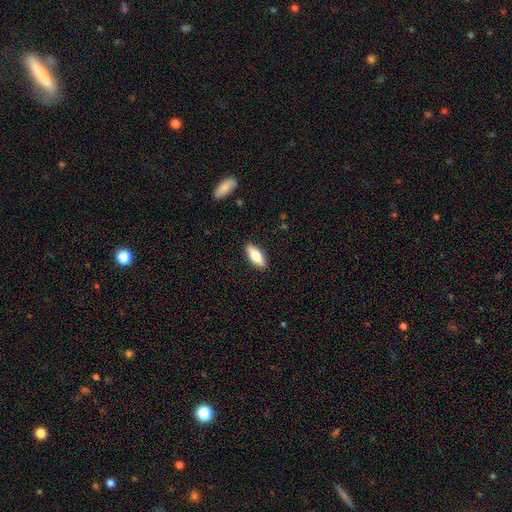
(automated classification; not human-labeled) Smooth or featured: smooth — 67% (featured or disk — 27%)
How rounded: in between — 72% (cigar-shaped — 25%)
Merging: none — 89% (minor disturbance — 8%)